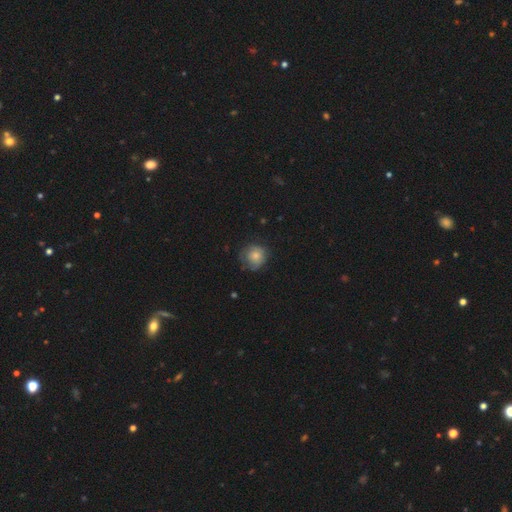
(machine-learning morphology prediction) Smooth or featured? smooth (70%)
How rounded? round (86%)
Merging? none (61%)